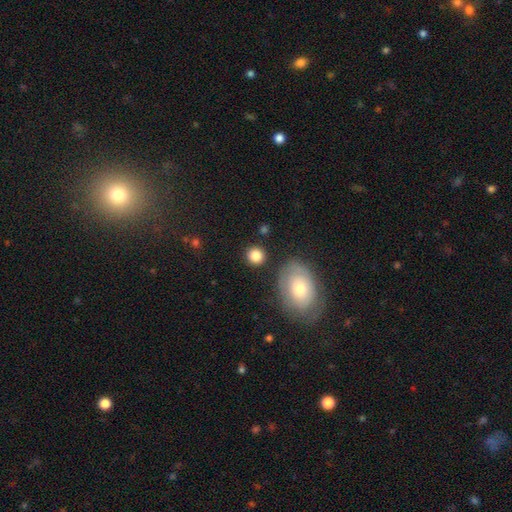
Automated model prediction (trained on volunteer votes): smooth 84%, star or artifact 9%, featured or disk 6%. Down the decision tree: how rounded — round (88%); merging — none (85%).